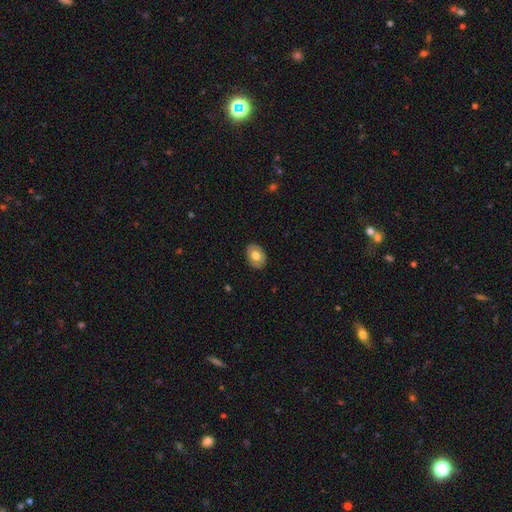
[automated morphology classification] A smooth galaxy with no disk features (69%) that is in between round and cigar-shaped (74%). Merging: none (87%).